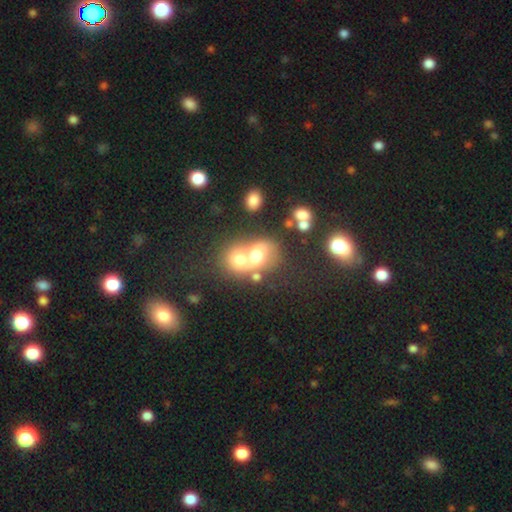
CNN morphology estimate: Smooth or featured? smooth (56%)
How rounded? round (60%)
Merging? merger (66%)